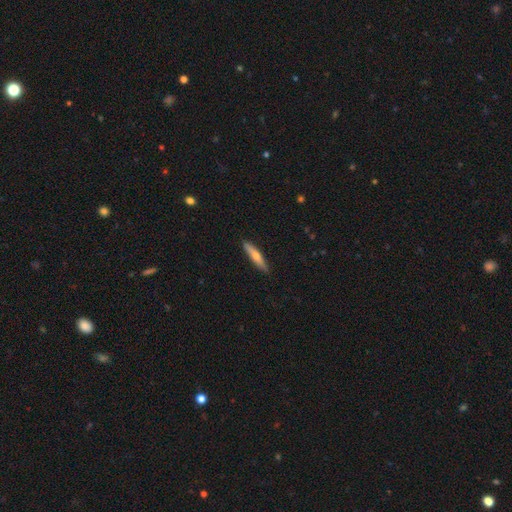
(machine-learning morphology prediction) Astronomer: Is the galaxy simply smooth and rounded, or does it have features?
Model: smooth — 49% (runner-up: featured or disk, 45%).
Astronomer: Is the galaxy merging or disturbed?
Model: none — 90%.